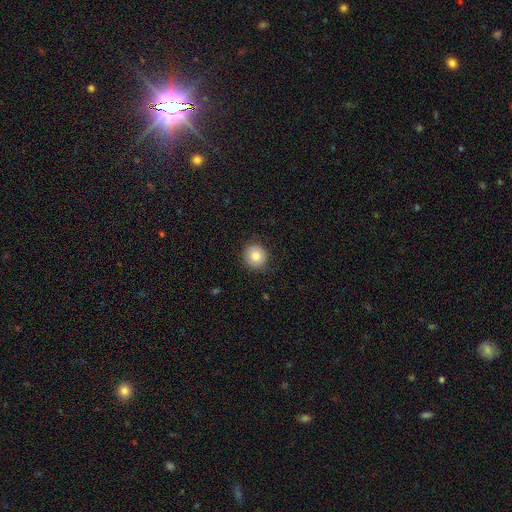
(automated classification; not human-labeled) Smooth or featured? Predicted: smooth (p=0.83). How rounded? Predicted: round (p=0.90). Merging? Predicted: none (p=0.88).